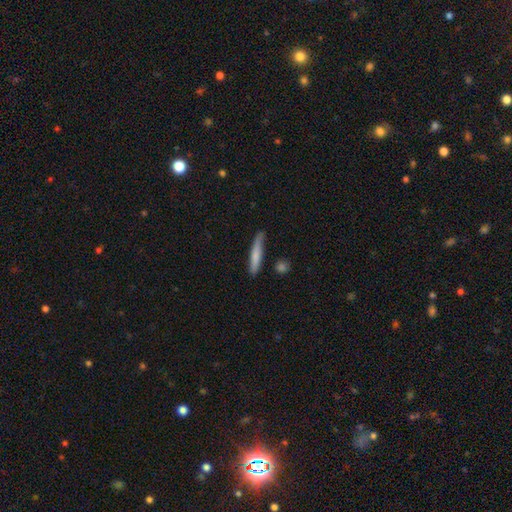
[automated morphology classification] This appears to be a smooth galaxy with no disk features (70%) that is cigar-shaped (92%). Merging: none (72%).